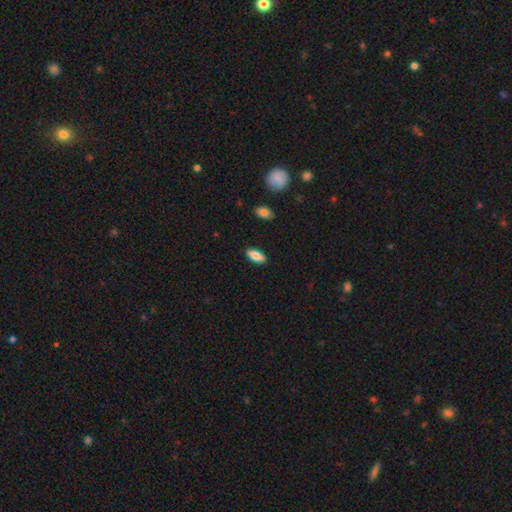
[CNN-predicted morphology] type=smooth (84%); roundness=in between (80%); merging=none (89%).